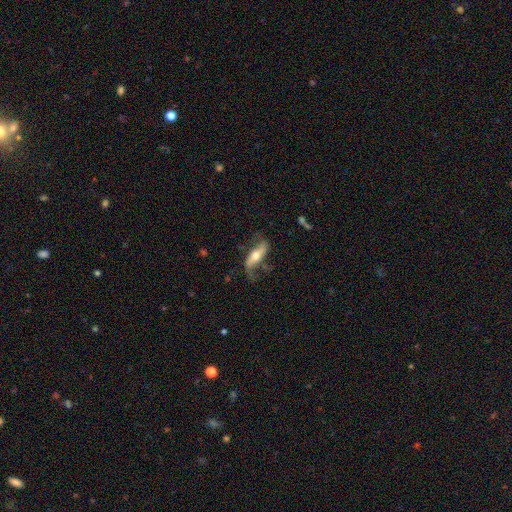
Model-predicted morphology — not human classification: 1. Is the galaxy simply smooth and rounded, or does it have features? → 68% featured or disk, 26% smooth, 6% star or artifact.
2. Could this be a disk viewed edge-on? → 69% no, 31% yes.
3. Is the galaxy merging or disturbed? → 62% none, 22% minor disturbance, 14% major disturbance, 2% merger.